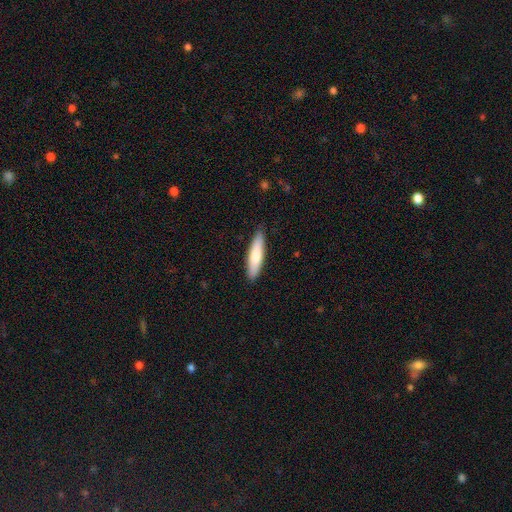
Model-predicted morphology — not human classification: Smooth or featured: smooth — 75% (featured or disk — 20%)
How rounded: cigar-shaped — 74% (in between — 24%)
Merging: none — 87% (minor disturbance — 10%)